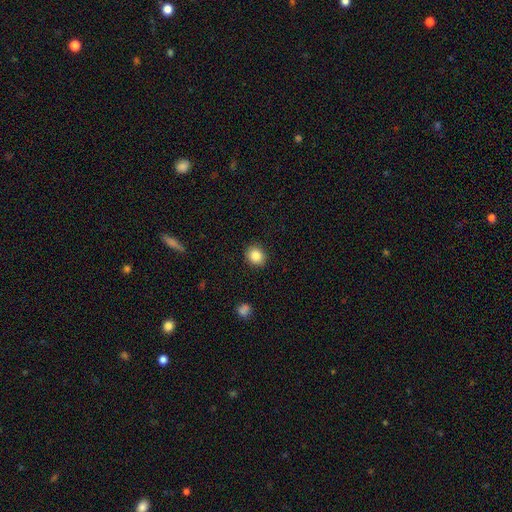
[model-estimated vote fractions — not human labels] A smooth galaxy with no disk features (86%) that is round (71%). Merging: none (90%).